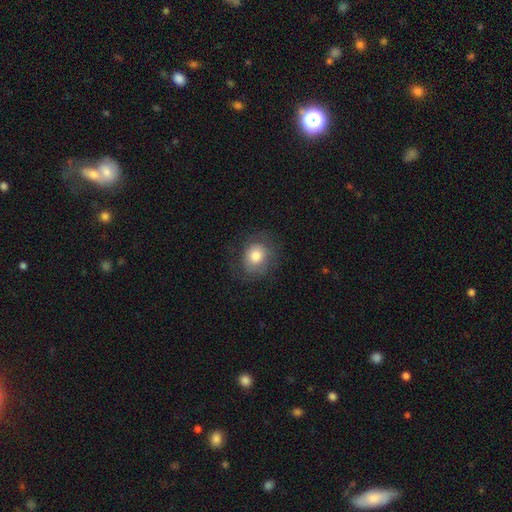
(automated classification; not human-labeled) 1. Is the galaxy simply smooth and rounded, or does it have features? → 77% smooth, 15% featured or disk, 8% star or artifact.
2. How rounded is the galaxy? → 69% round, 30% in between, 1% cigar-shaped.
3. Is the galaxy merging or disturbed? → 72% none, 17% minor disturbance, 10% major disturbance, 1% merger.